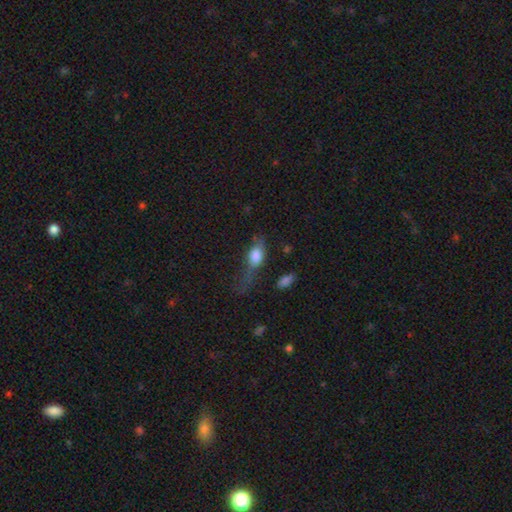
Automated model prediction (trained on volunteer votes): Overall: smooth (72%). How rounded: in between (78%). Merging: major disturbance (44%; none 26%).